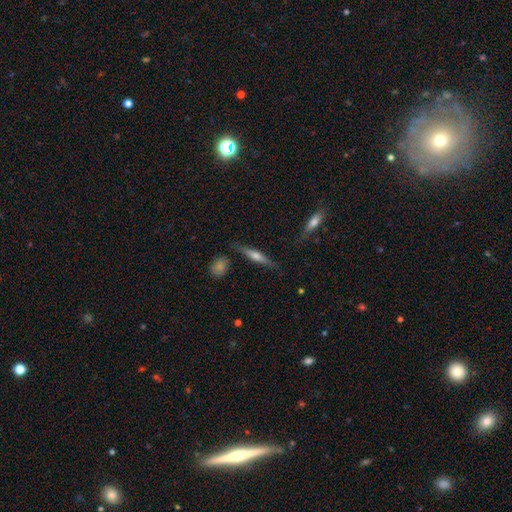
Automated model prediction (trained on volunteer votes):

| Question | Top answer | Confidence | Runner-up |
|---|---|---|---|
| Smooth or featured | featured or disk | 59% | smooth (34%) |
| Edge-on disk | yes | 95% | no (5%) |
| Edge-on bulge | rounded | 77% | boxy (13%) |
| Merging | none | 82% | minor disturbance (12%) |